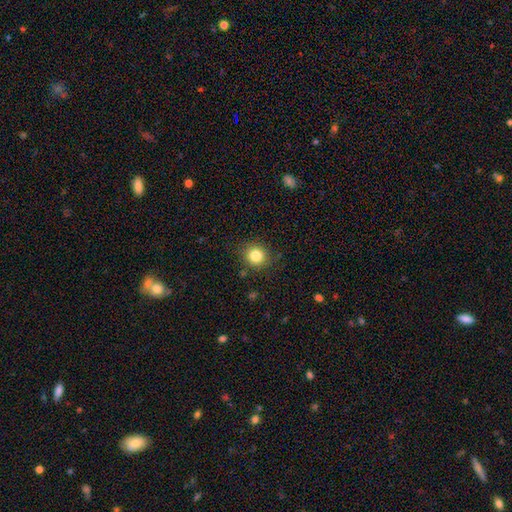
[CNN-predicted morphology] Smooth or featured? smooth (82%)
How rounded? round (87%)
Merging? none (86%)